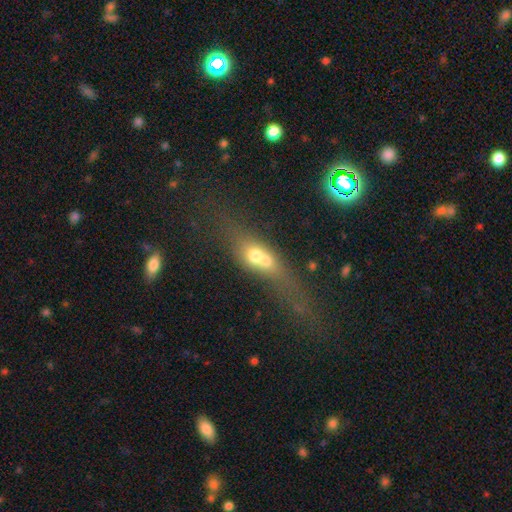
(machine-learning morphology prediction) smooth-or-featured: smooth: 50% | featured or disk: 37% | star or artifact: 12%
  how-rounded: in between: 45% | cigar-shaped: 33% | round: 22%
  merging: merger: 62% | none: 20% | major disturbance: 10% | minor disturbance: 9%